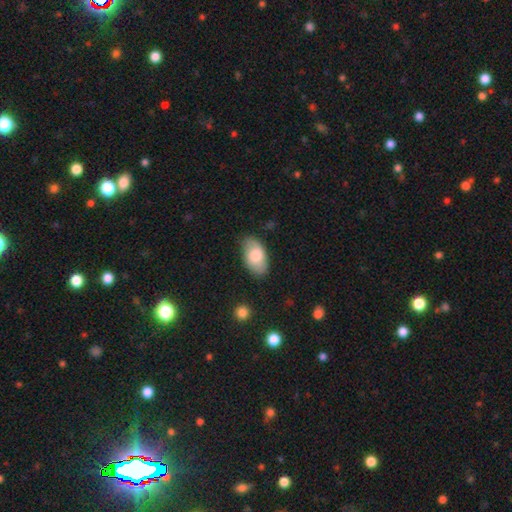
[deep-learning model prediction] This is likely a smooth galaxy (77%). How rounded: clearly in between (94%). Merging: likely none (79%).